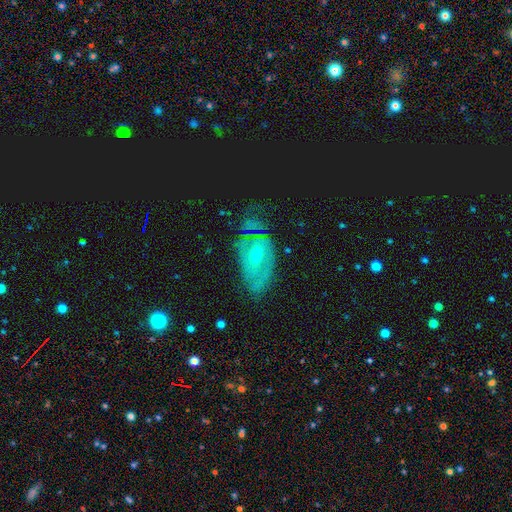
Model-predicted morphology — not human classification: This is likely a featured or disk galaxy (65%). It is clearly not viewed edge-on (92%). Bar: possibly no (57%). Spiral arm pattern: likely yes (63%). Central bulge: possibly moderate (60%). Merging: marginally none (40%).